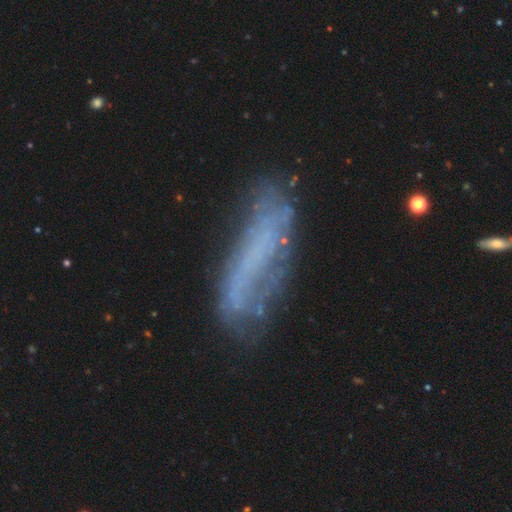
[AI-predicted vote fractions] Overall: featured or disk (52%; smooth 35%). Edge-on disk: no (71%). Merging: none (55%; minor disturbance 25%).